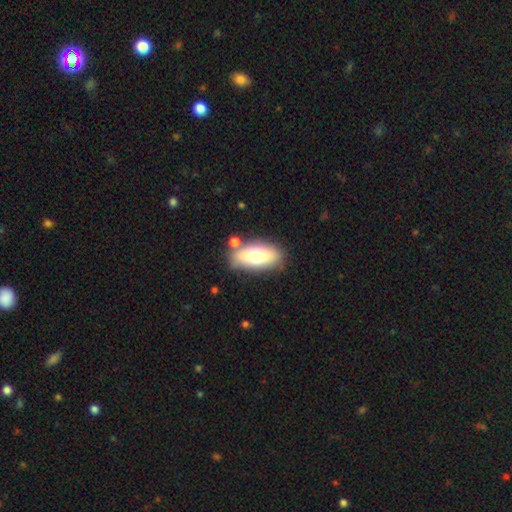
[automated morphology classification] Q: Smooth or featured?
A: smooth (68%); runner-up: featured or disk (25%)
Q: How rounded?
A: in between (84%); runner-up: cigar-shaped (12%)
Q: Merging?
A: none (73%); runner-up: minor disturbance (13%)